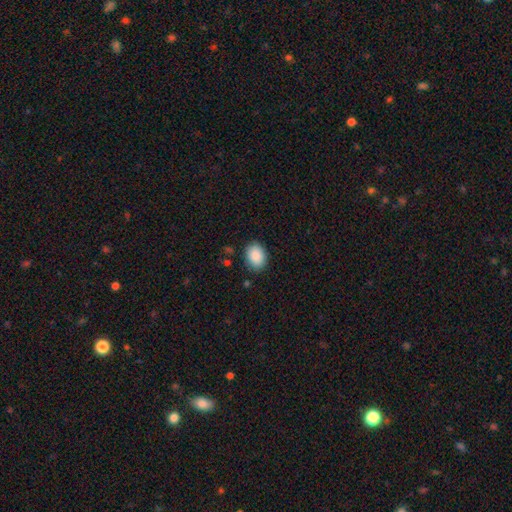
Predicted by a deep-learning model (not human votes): Q: Smooth or featured?
A: smooth (89%); runner-up: star or artifact (7%)
Q: How rounded?
A: in between (68%); runner-up: round (31%)
Q: Merging?
A: none (86%); runner-up: minor disturbance (10%)